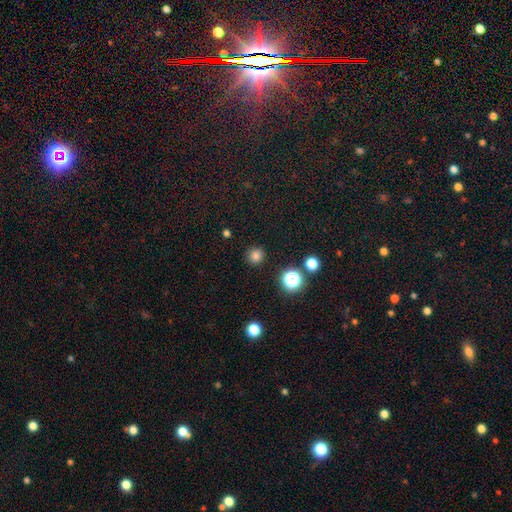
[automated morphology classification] Smooth or featured? Predicted: smooth (p=0.78). How rounded? Predicted: round (p=0.92). Merging? Predicted: none (p=0.89).